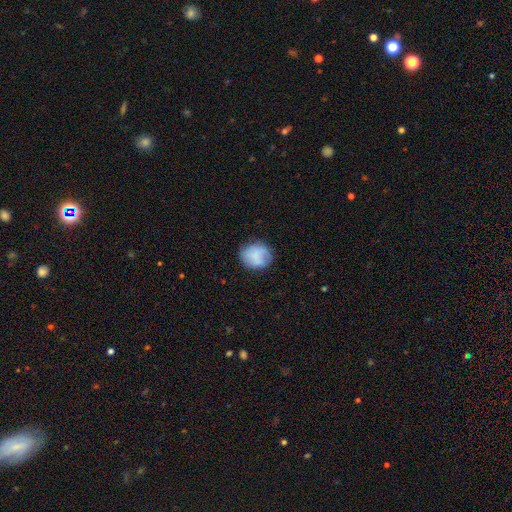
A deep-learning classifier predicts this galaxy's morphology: Smooth or featured?
  - smooth: 80% *
  - featured or disk: 12%
  - star or artifact: 8%
How rounded?
  - round: 71% *
  - in between: 28%
  - cigar-shaped: 1%
Merging?
  - none: 73% *
  - minor disturbance: 20%
  - major disturbance: 6%
  - merger: 2%